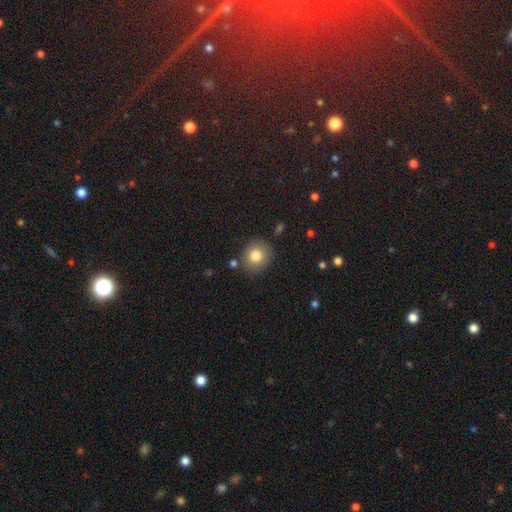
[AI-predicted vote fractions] Smooth or featured?
  - smooth: 80% *
  - featured or disk: 10%
  - star or artifact: 10%
How rounded?
  - round: 83% *
  - in between: 16%
  - cigar-shaped: 1%
Merging?
  - none: 83% *
  - minor disturbance: 11%
  - merger: 4%
  - major disturbance: 3%